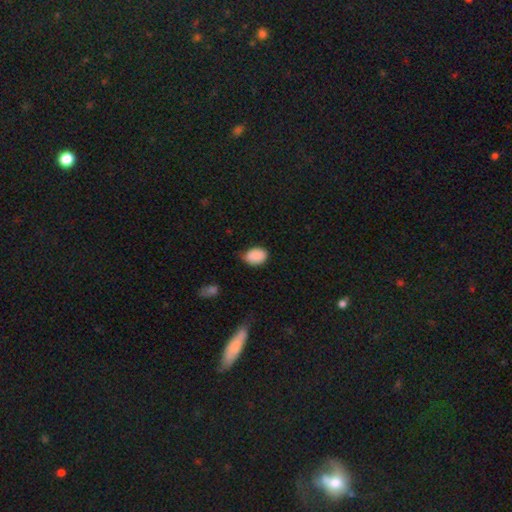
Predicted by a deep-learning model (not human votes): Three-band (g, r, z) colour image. It shows a smooth galaxy with no disk features (89%) that is in between round and cigar-shaped (78%). Merging: none (67%).